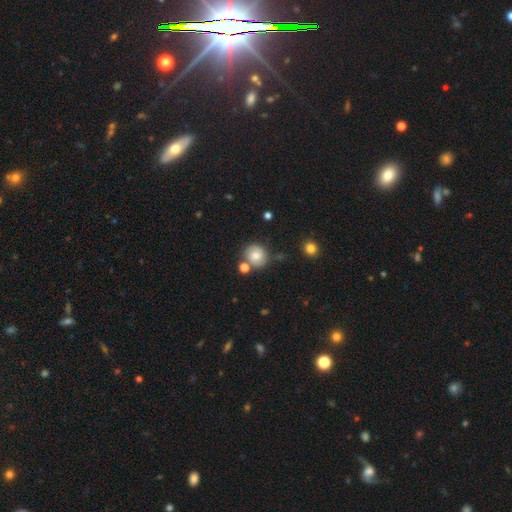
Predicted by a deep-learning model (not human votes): Smooth or featured? smooth (56%)
How rounded? round (86%)
Merging? none (71%)